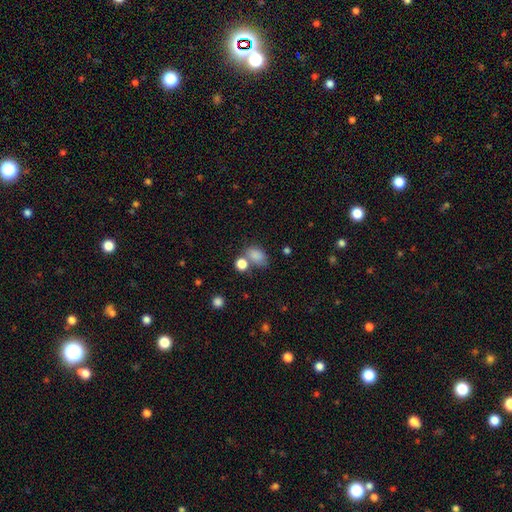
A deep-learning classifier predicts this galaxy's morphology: Smooth or featured? Predicted: smooth (p=0.82). How rounded? Predicted: in between (p=0.77). Merging? Predicted: none (p=0.51).